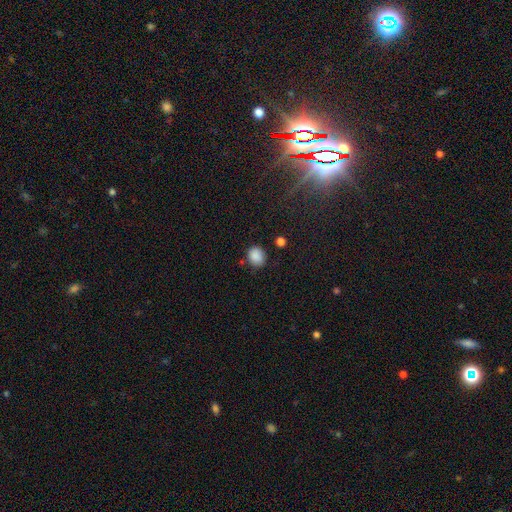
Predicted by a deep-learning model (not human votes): Smooth or featured? smooth (86%)
How rounded? round (70%)
Merging? none (76%)